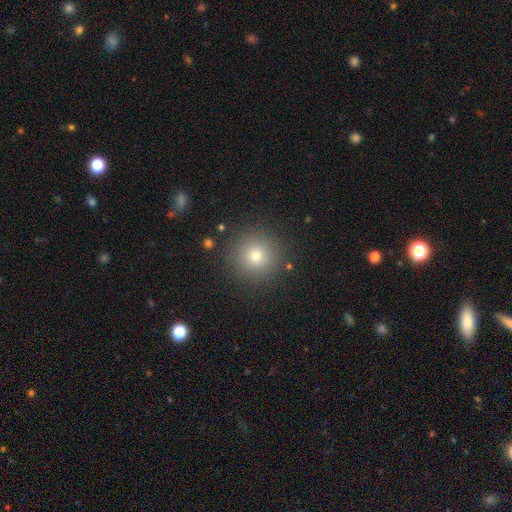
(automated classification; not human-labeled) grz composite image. It shows a smooth galaxy with no disk features (75%) that is round (95%). Merging: none (89%).